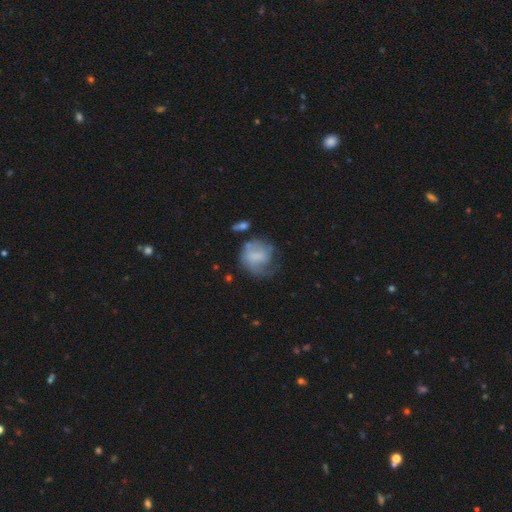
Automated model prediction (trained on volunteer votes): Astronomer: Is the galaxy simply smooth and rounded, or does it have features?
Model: smooth — 54% (runner-up: featured or disk, 38%).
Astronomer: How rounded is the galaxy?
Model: round — 72%.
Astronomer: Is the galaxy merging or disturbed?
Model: none — 37% (runner-up: major disturbance, 31%).